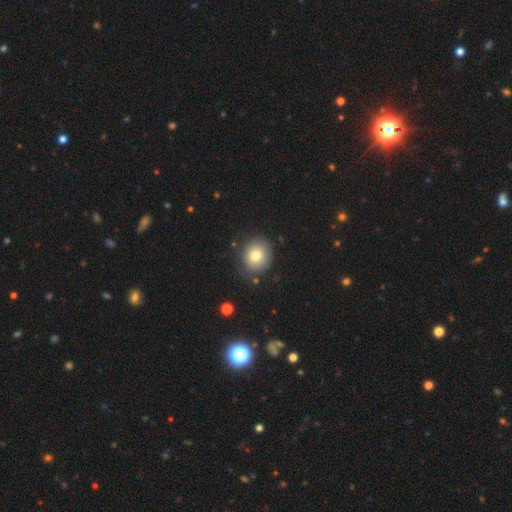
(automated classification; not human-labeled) smooth 76%, featured or disk 14%, star or artifact 10%. Down the decision tree: how rounded — round (76%); merging — none (79%).